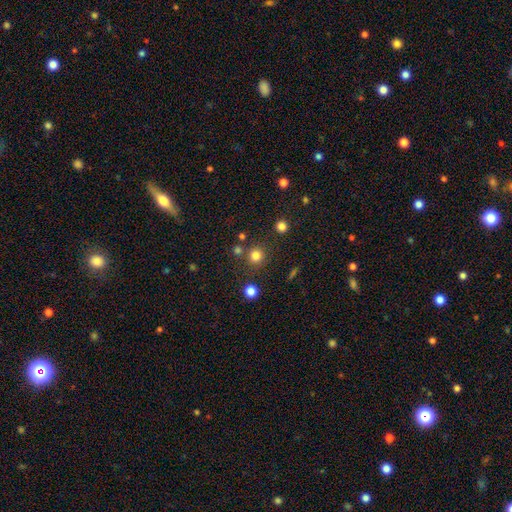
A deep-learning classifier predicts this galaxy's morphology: smooth_or_featured: smooth (p=0.80) [alt: star or artifact p=0.15]
how_rounded: round (p=0.93) [alt: in between p=0.06]
merging: none (p=0.84) [alt: minor disturbance p=0.07]